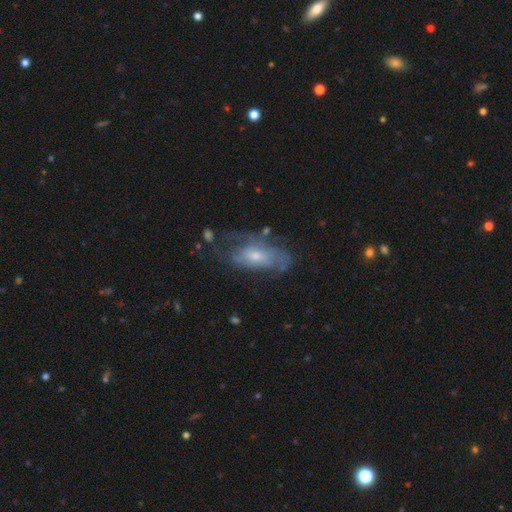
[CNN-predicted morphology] A featured or disk galaxy (59%) with no bar (73%), spiral arms (57%) and a small central bulge (54%). Merging: none (49%).